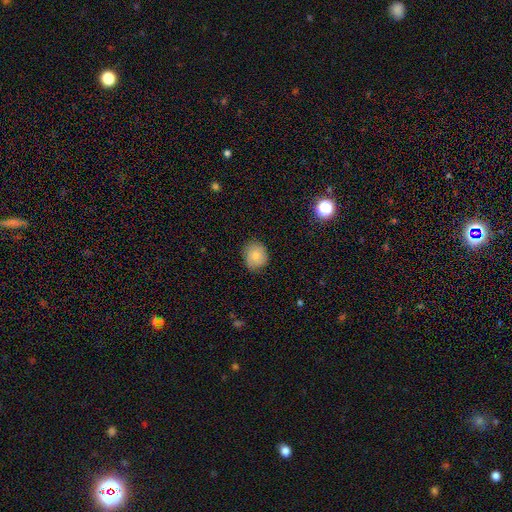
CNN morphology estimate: smooth_or_featured: smooth (p=0.74) [alt: featured or disk p=0.17]
how_rounded: round (p=0.80) [alt: in between p=0.19]
merging: none (p=0.80) [alt: minor disturbance p=0.16]